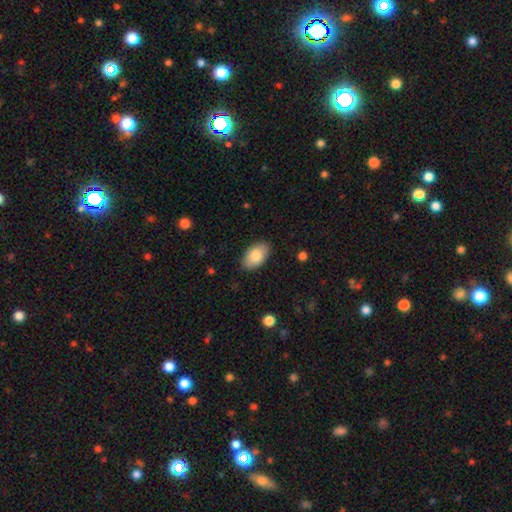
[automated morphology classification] smooth_or_featured: smooth (p=0.83) [alt: featured or disk p=0.11]
how_rounded: in between (p=0.94) [alt: round p=0.05]
merging: none (p=0.88) [alt: minor disturbance p=0.09]